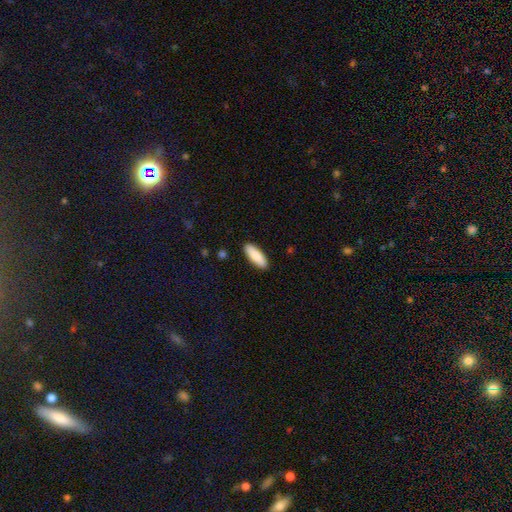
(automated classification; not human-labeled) Overall: smooth (88%). How rounded: in between (57%; cigar-shaped 41%). Merging: none (90%).